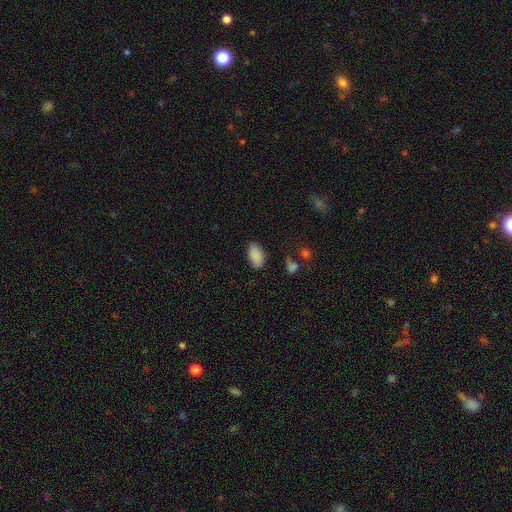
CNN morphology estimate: Q: Smooth or featured?
A: smooth (89%); runner-up: star or artifact (8%)
Q: How rounded?
A: in between (94%); runner-up: round (4%)
Q: Merging?
A: none (83%); runner-up: minor disturbance (12%)